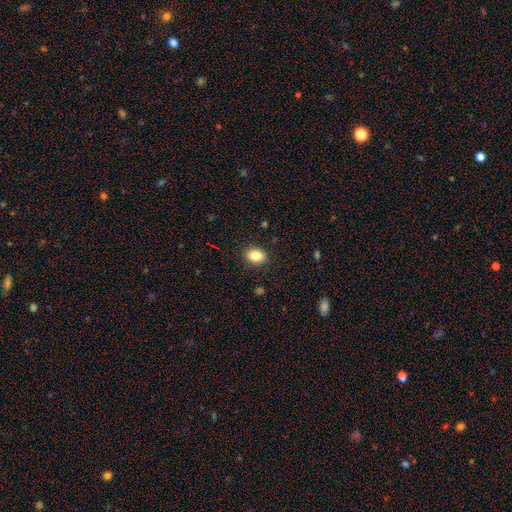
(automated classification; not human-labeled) A smooth galaxy with no disk features (84%) that is in between round and cigar-shaped (81%).

Vote fractions:
- Smooth or featured? smooth: 84% / star or artifact: 9% / featured or disk: 7%
- How rounded? in between: 81% / round: 18% / cigar-shaped: 1%
- Merging? none: 88% / minor disturbance: 9% / major disturbance: 2% / merger: 1%